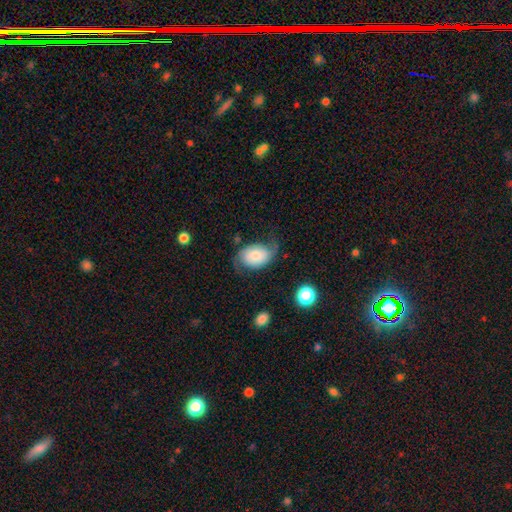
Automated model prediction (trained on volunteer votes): Smooth or featured? Predicted: smooth (p=0.49). Merging? Predicted: none (p=0.52).